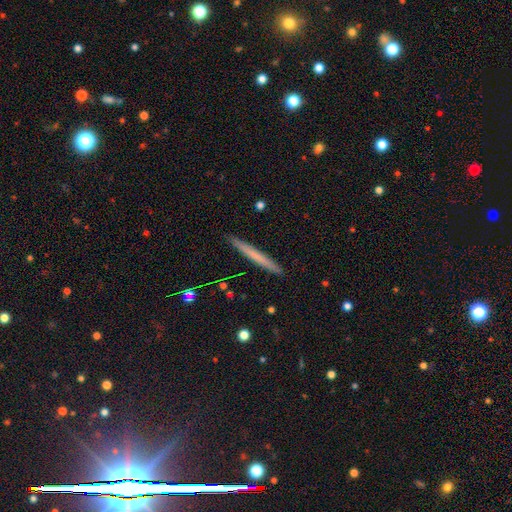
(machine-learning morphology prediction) smooth-or-featured: smooth: 62% | featured or disk: 33% | star or artifact: 6%
  how-rounded: cigar-shaped: 97% | in between: 2% | round: 1%
  merging: none: 92% | minor disturbance: 6% | major disturbance: 1% | merger: 1%